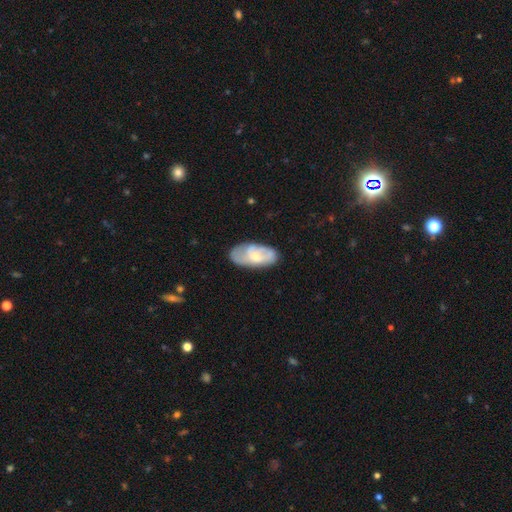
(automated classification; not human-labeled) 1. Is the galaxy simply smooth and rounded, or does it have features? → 49% featured or disk, 45% smooth, 6% star or artifact.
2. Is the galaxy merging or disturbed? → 63% none, 26% minor disturbance, 9% major disturbance, 2% merger.